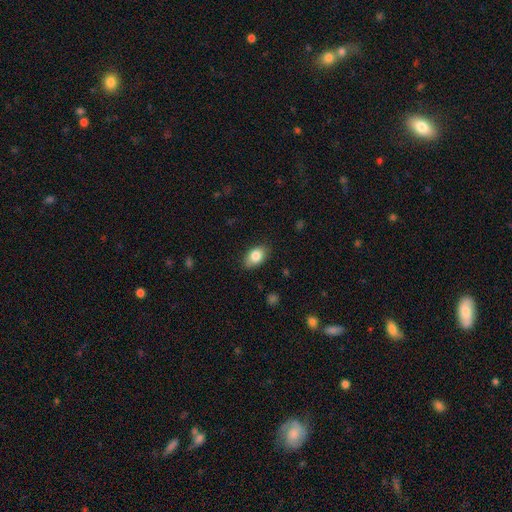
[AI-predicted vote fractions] A smooth galaxy with no disk features (83%) that is in between round and cigar-shaped (88%). Merging: none (84%).